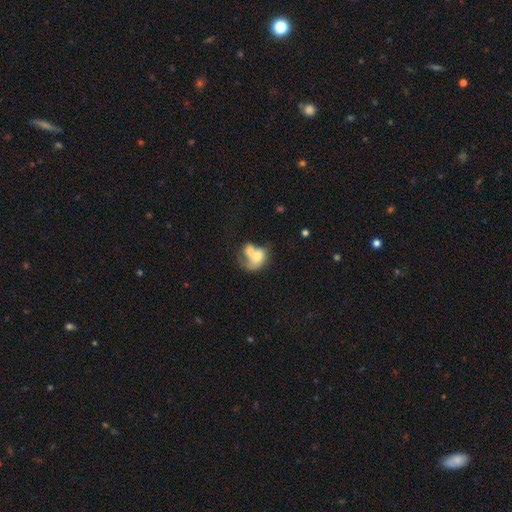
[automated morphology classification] This is likely a smooth galaxy (60%). How rounded: likely in between (63%). Merging: likely merger (72%).